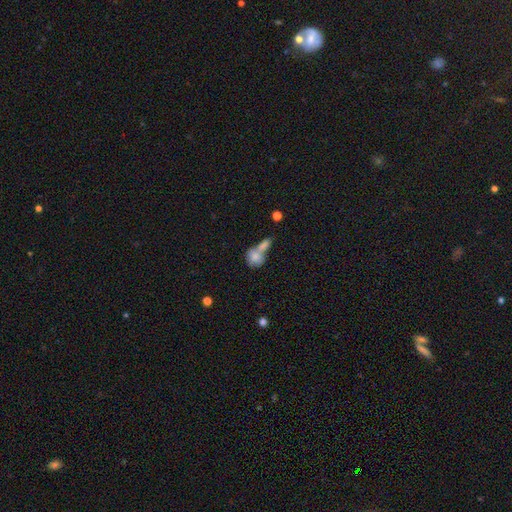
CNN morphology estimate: Smooth or featured? smooth (75%)
How rounded? round (52%)
Merging? merger (62%)